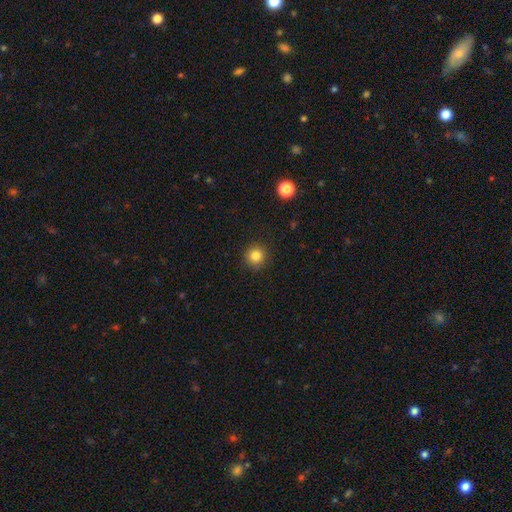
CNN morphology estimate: Overall: smooth (83%). How rounded: round (94%). Merging: none (91%).